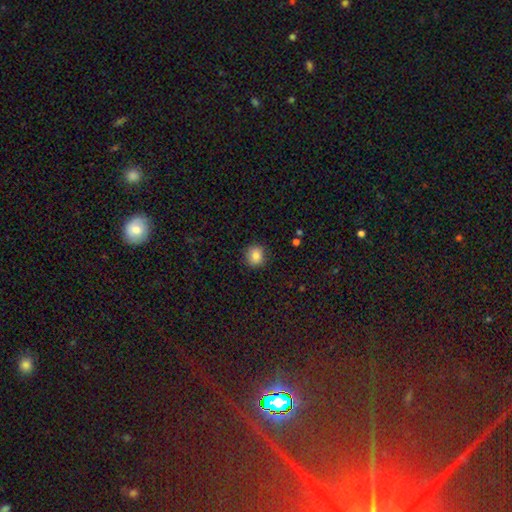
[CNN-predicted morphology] A smooth galaxy with no disk features (83%) that is round (86%). Merging: none (88%).